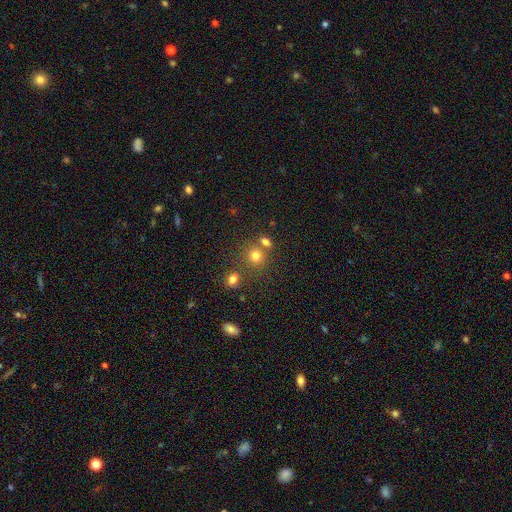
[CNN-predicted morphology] Overall: smooth (75%). How rounded: round (81%). Merging: none (60%; merger 26%).